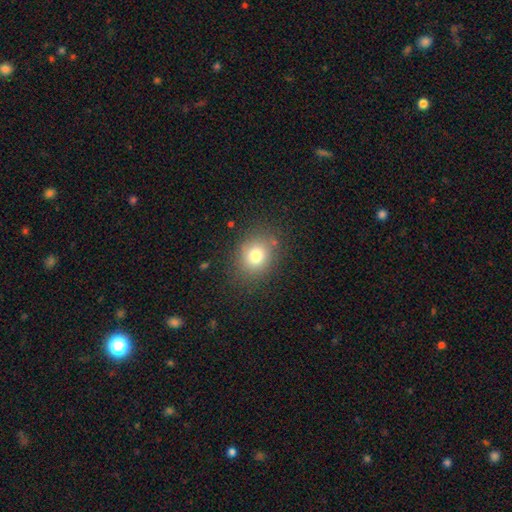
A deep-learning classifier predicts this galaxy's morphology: This appears to be a smooth galaxy with no disk features (77%) that is round (67%). Merging: none (82%).